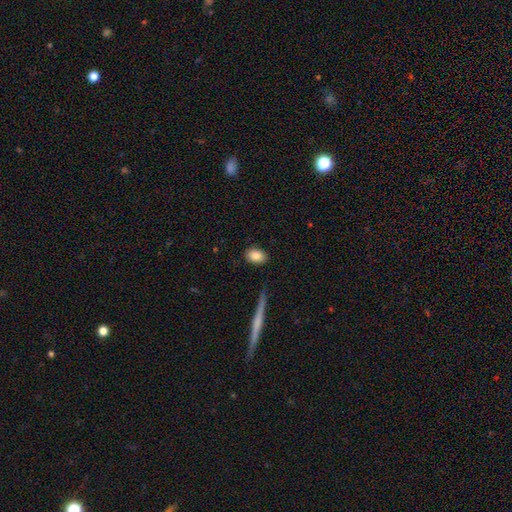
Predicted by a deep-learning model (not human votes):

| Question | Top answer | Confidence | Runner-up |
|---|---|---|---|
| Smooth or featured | smooth | 85% | featured or disk (8%) |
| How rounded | in between | 84% | round (14%) |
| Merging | none | 87% | minor disturbance (9%) |